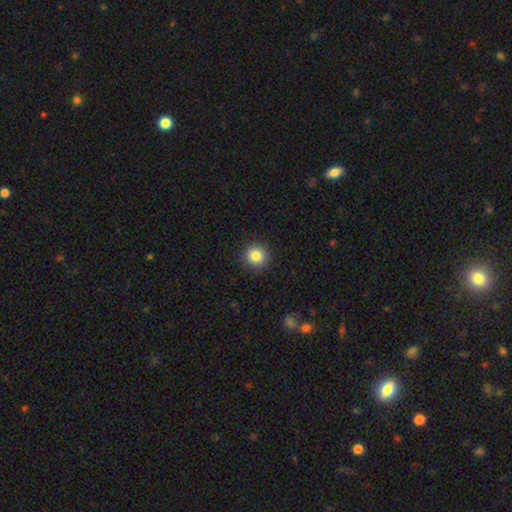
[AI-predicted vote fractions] Q: Smooth or featured?
A: smooth (84%); runner-up: star or artifact (10%)
Q: How rounded?
A: round (94%); runner-up: in between (5%)
Q: Merging?
A: none (92%); runner-up: minor disturbance (5%)